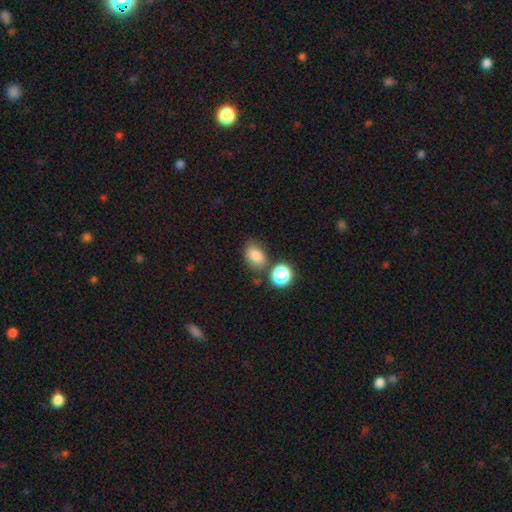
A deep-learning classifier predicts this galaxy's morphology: This is clearly a smooth galaxy (82%). How rounded: likely in between (77%). Merging: likely none (65%).